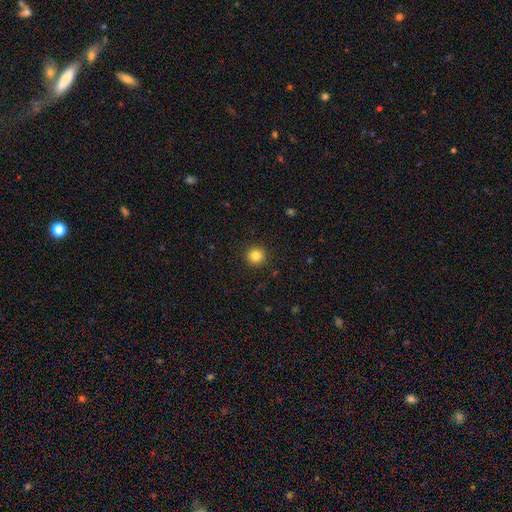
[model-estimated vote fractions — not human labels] smooth_or_featured: smooth (p=0.84) [alt: star or artifact p=0.11]
how_rounded: round (p=0.95) [alt: in between p=0.05]
merging: none (p=0.92) [alt: minor disturbance p=0.05]